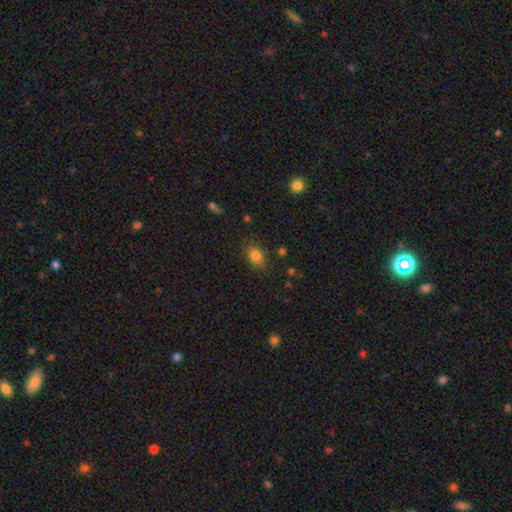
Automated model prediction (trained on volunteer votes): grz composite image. It shows a smooth galaxy with no disk features (81%) that is in between round and cigar-shaped (67%). Merging: none (78%).